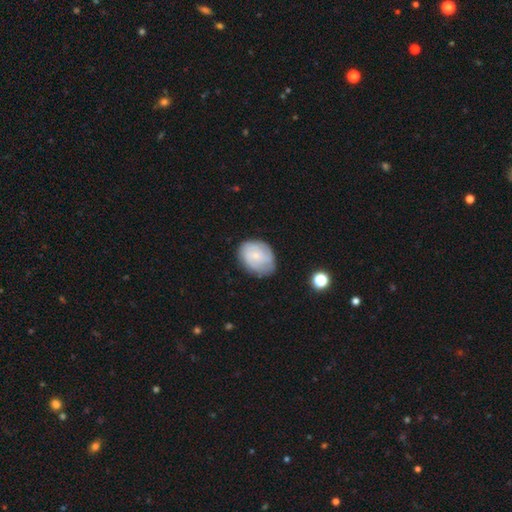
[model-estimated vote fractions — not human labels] Overall: smooth (48%; featured or disk 45%). Merging: none (69%).